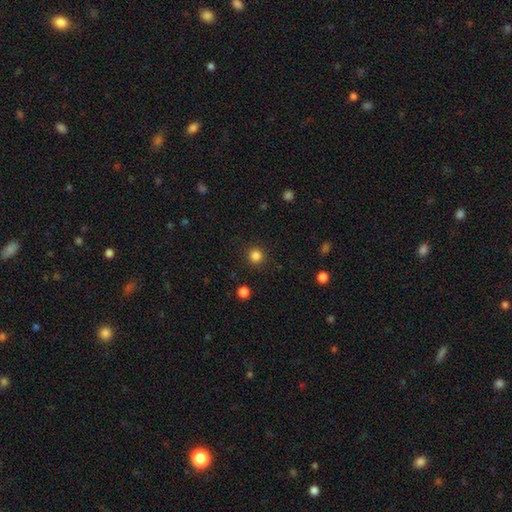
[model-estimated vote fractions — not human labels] Smooth or featured?
  - smooth: 84% *
  - star or artifact: 13%
  - featured or disk: 3%
How rounded?
  - round: 94% *
  - in between: 5%
  - cigar-shaped: 1%
Merging?
  - none: 91% *
  - minor disturbance: 5%
  - major disturbance: 2%
  - merger: 1%